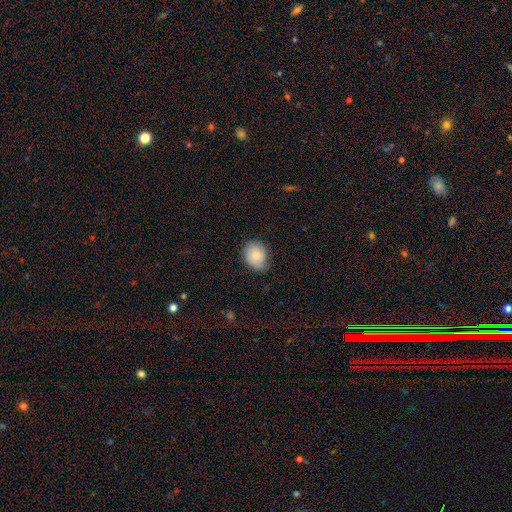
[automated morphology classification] Overall: smooth (76%). How rounded: in between (58%; round 41%). Merging: none (71%).